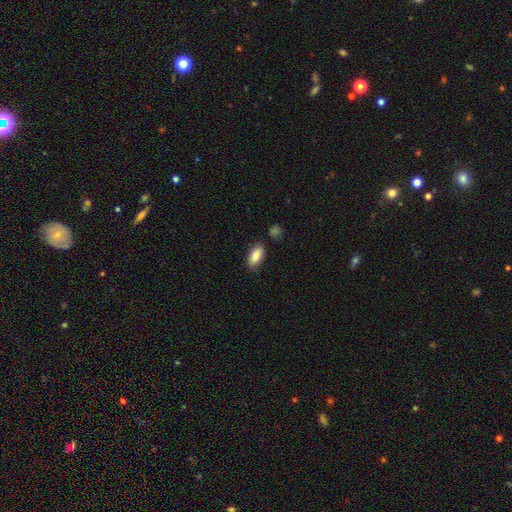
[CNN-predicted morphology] A smooth galaxy with no disk features (87%) that is in between round and cigar-shaped (87%).

Vote fractions:
- Smooth or featured? smooth: 87% / star or artifact: 7% / featured or disk: 6%
- How rounded? in between: 87% / cigar-shaped: 10% / round: 2%
- Merging? none: 79% / minor disturbance: 15% / major disturbance: 3% / merger: 3%